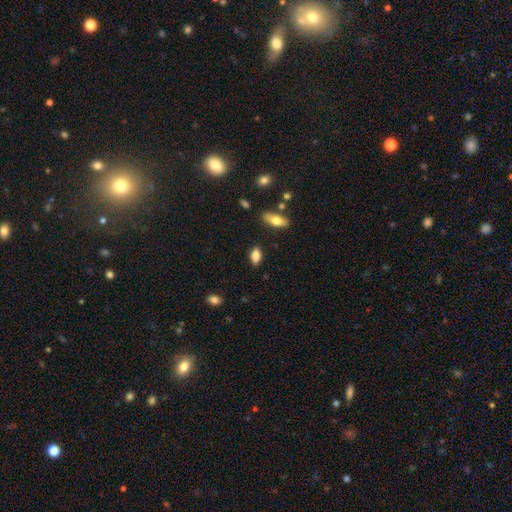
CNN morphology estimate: Smooth or featured?
  - smooth: 83% *
  - featured or disk: 9%
  - star or artifact: 8%
How rounded?
  - in between: 87% *
  - cigar-shaped: 8%
  - round: 4%
Merging?
  - none: 85% *
  - minor disturbance: 11%
  - major disturbance: 3%
  - merger: 2%